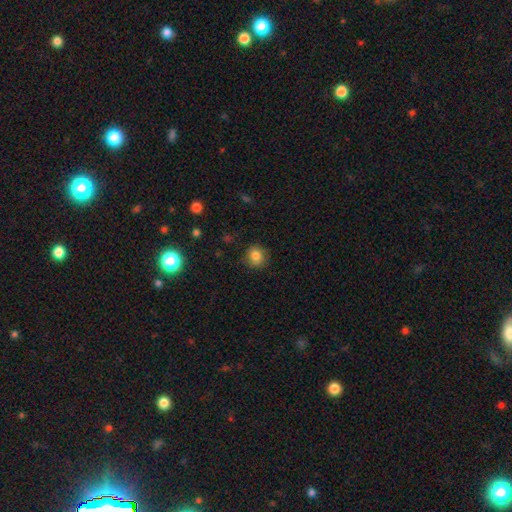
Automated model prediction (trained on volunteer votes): Overall: smooth (83%). How rounded: round (85%). Merging: none (85%).